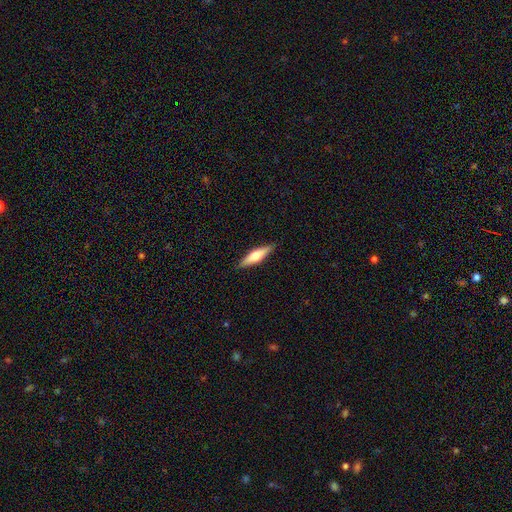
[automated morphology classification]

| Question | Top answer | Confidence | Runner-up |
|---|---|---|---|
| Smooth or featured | smooth | 50% | featured or disk (45%) |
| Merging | none | 90% | minor disturbance (8%) |